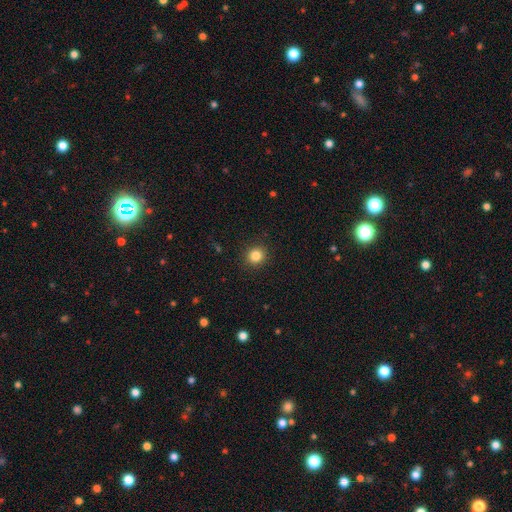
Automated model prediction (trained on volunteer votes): Q: Smooth or featured?
A: smooth (84%); runner-up: star or artifact (12%)
Q: How rounded?
A: round (90%); runner-up: in between (9%)
Q: Merging?
A: none (91%); runner-up: minor disturbance (6%)